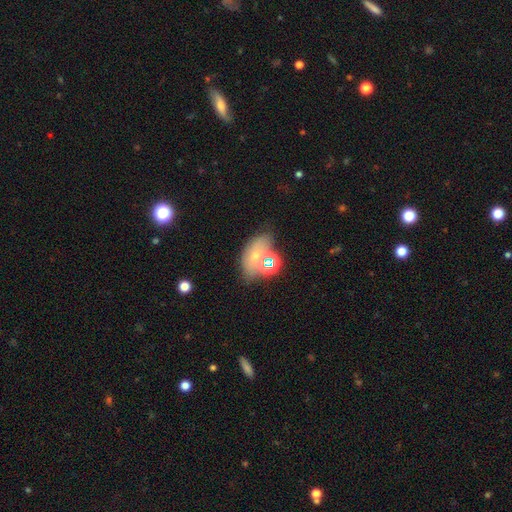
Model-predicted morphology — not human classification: This appears to be a smooth galaxy with no disk features (48%). Merging: none (52%).